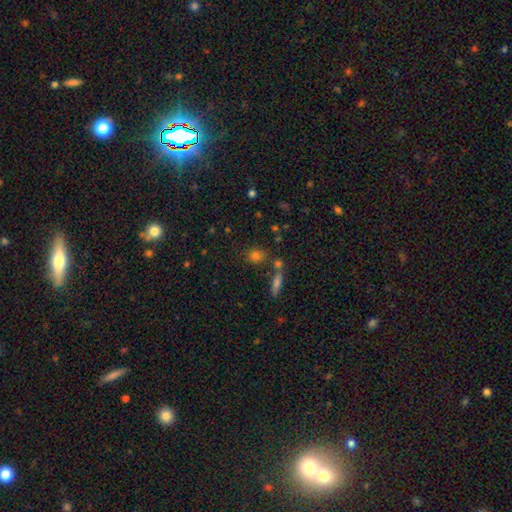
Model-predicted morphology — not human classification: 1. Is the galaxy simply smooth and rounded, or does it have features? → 73% smooth, 17% star or artifact, 10% featured or disk.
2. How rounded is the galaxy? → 60% round, 34% in between, 5% cigar-shaped.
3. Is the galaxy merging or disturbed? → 70% none, 16% merger, 10% minor disturbance, 4% major disturbance.